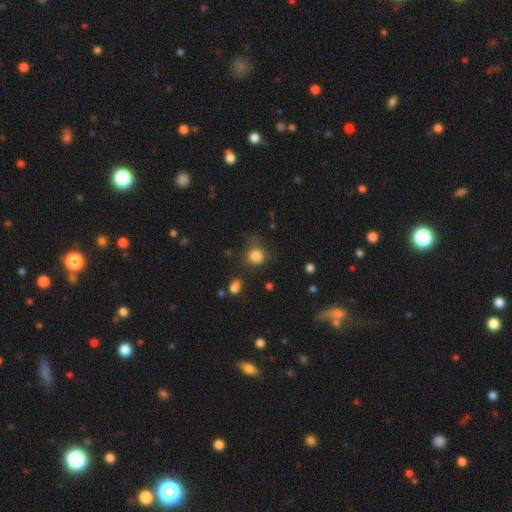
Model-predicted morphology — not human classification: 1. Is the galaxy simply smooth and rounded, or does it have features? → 83% smooth, 12% star or artifact, 5% featured or disk.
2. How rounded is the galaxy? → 81% round, 18% in between, 1% cigar-shaped.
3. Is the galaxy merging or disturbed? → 65% none, 22% minor disturbance, 9% major disturbance, 3% merger.